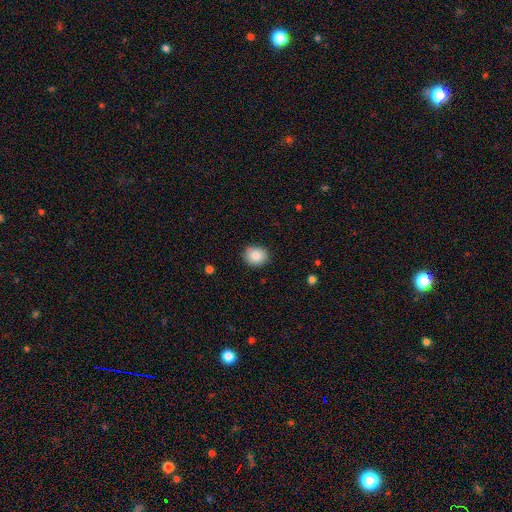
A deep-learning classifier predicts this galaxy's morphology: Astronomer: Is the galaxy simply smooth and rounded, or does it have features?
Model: smooth — 86%.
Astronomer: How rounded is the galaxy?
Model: round — 69%.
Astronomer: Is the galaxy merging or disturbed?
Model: none — 87%.